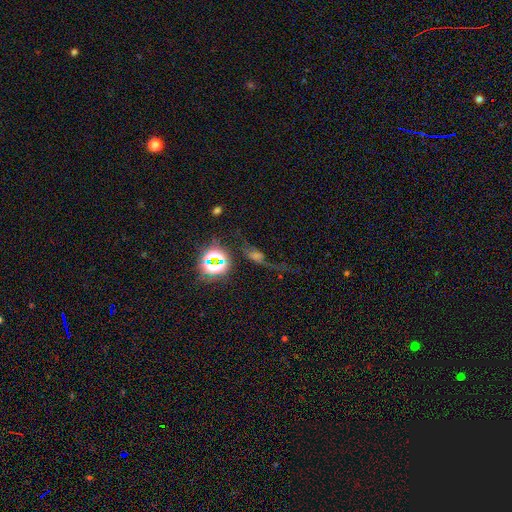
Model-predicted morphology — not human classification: type=star or artifact (47%).